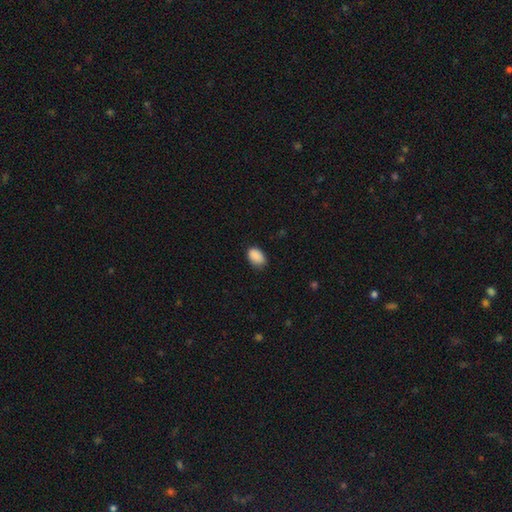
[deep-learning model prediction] smooth-or-featured: smooth: 89% | star or artifact: 8% | featured or disk: 3%
  how-rounded: in between: 85% | round: 14% | cigar-shaped: 1%
  merging: none: 78% | minor disturbance: 18% | major disturbance: 3% | merger: 1%